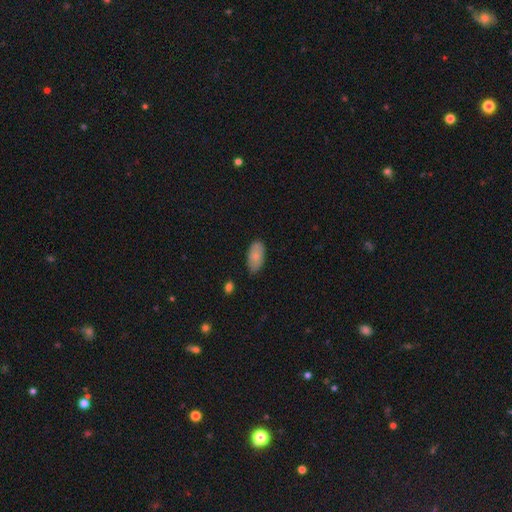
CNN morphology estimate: smooth 79%, featured or disk 14%, star or artifact 7%. Down the decision tree: how rounded — in between (93%); merging — none (79%).